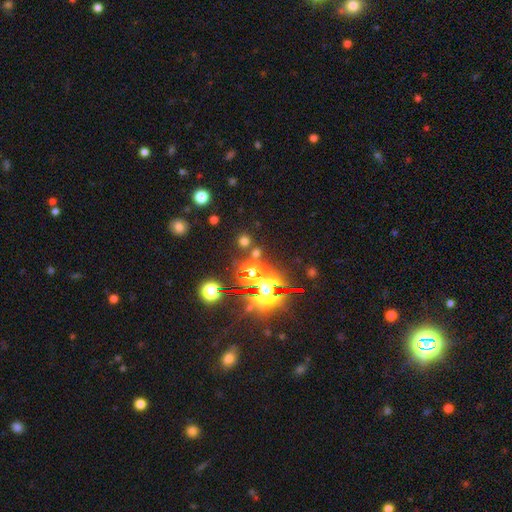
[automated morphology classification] The model was most divided on "smooth or featured": star or artifact: 72%, smooth: 20%, featured or disk: 8%.